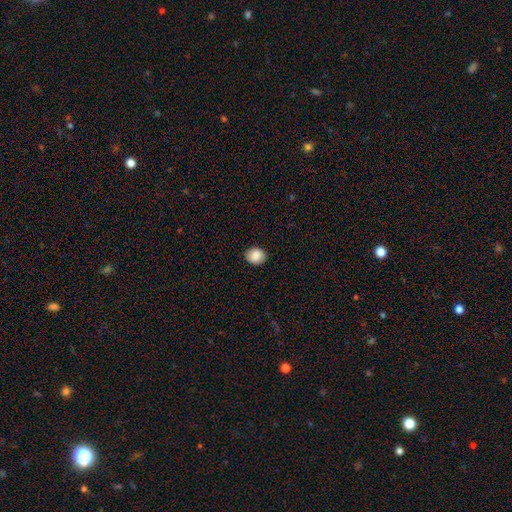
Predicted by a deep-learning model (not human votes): Overall: smooth (88%). How rounded: round (61%; in between 38%). Merging: none (89%).